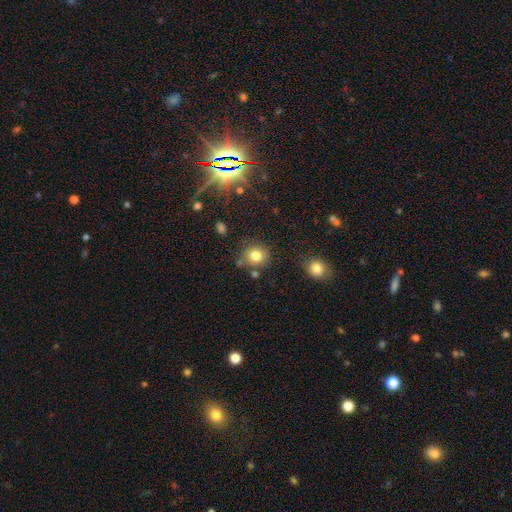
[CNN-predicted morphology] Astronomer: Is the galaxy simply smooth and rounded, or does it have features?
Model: smooth — 79%.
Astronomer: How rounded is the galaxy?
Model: round — 87%.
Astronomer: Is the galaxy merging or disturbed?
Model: none — 78%.